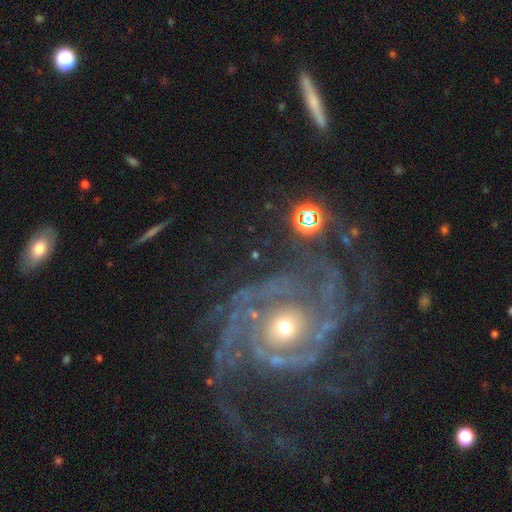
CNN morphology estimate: A featured or disk galaxy (78%) with no bar (75%), 2 (25%, tied with can't tell) tight (72%) spiral arms (92%) and a moderate central bulge (52%). Merging: none (73%).